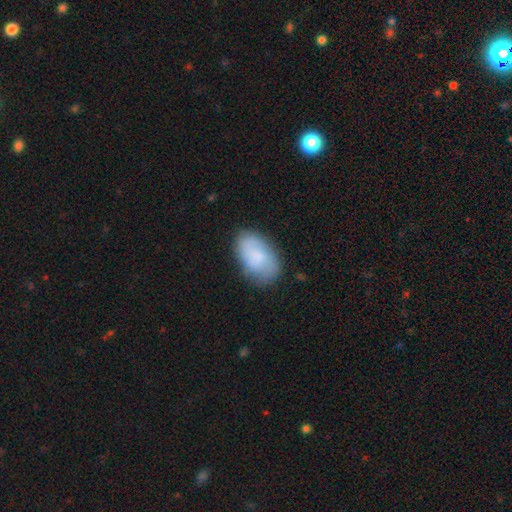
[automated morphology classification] A smooth galaxy with no disk features (69%) that is in between round and cigar-shaped (92%).

Vote fractions:
- Smooth or featured? smooth: 69% / featured or disk: 24% / star or artifact: 7%
- How rounded? in between: 92% / round: 6% / cigar-shaped: 1%
- Merging? none: 70% / minor disturbance: 22% / major disturbance: 7% / merger: 2%